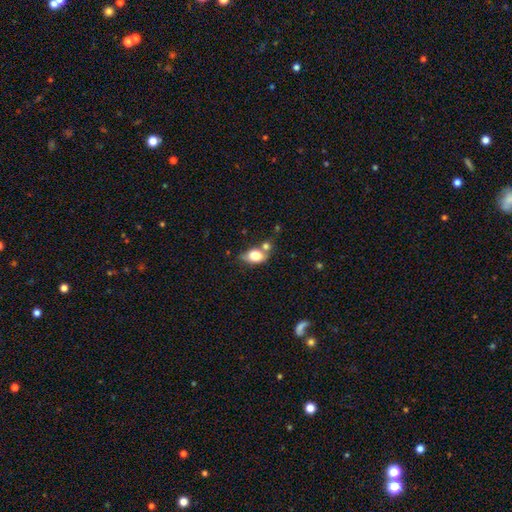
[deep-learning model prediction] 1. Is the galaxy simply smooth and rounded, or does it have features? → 74% smooth, 17% featured or disk, 9% star or artifact.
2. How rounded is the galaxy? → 79% in between, 18% round, 3% cigar-shaped.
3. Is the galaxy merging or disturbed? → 42% none, 29% merger, 20% minor disturbance, 8% major disturbance.